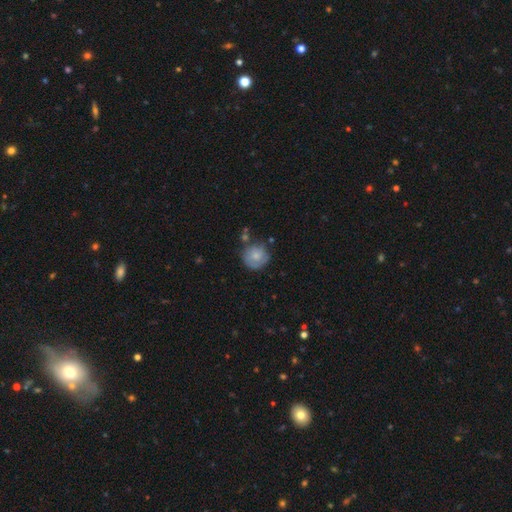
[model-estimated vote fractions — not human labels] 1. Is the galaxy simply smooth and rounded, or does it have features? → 75% smooth, 17% featured or disk, 7% star or artifact.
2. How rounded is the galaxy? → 91% round, 8% in between, 1% cigar-shaped.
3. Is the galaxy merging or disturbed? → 67% none, 21% minor disturbance, 7% merger, 6% major disturbance.